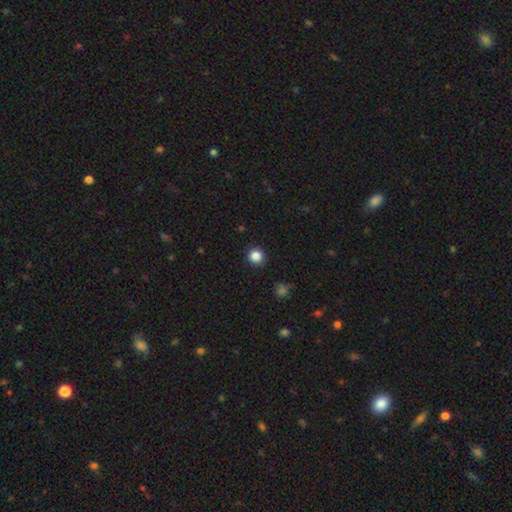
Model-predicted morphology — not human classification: The model was most divided on "smooth or featured": smooth: 85%, star or artifact: 12%, featured or disk: 4%. More confident: how rounded — round (94%); merging — none (92%).